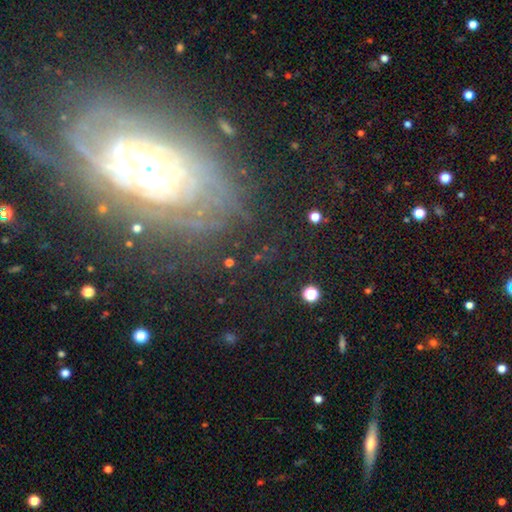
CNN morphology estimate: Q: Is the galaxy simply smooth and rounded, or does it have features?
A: featured or disk — 76%.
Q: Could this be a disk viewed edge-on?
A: no — 90%.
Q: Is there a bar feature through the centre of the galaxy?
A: no — 59%.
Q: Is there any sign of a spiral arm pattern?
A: yes — 85%.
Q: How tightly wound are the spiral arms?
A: tight — 76%.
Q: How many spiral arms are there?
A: can't tell — 46%.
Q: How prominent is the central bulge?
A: large — 38%.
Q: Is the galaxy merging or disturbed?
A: none — 72%.